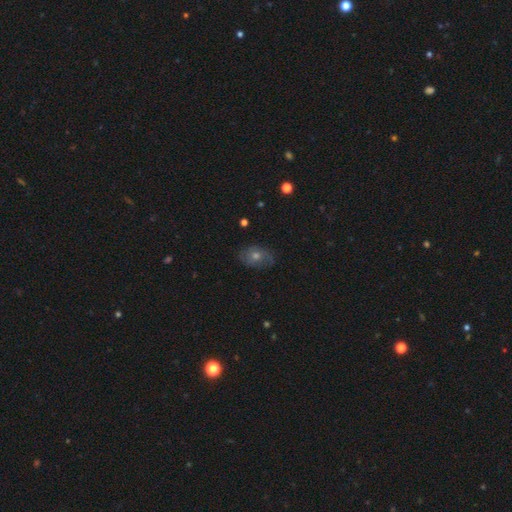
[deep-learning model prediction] A featured or disk galaxy (41%). Merging: none (76%).